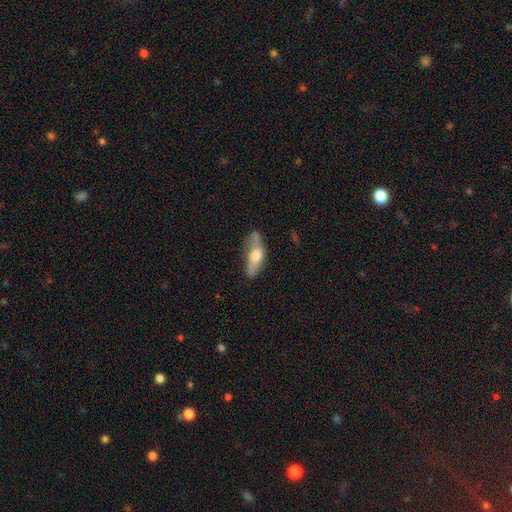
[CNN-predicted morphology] A featured or disk galaxy (53%) viewed edge-on (65%).

Vote fractions:
- Smooth or featured? featured or disk: 53% / smooth: 41% / star or artifact: 6%
- Edge-on disk? yes: 65% / no: 35%
- Merging? none: 66% / minor disturbance: 24% / major disturbance: 7% / merger: 3%